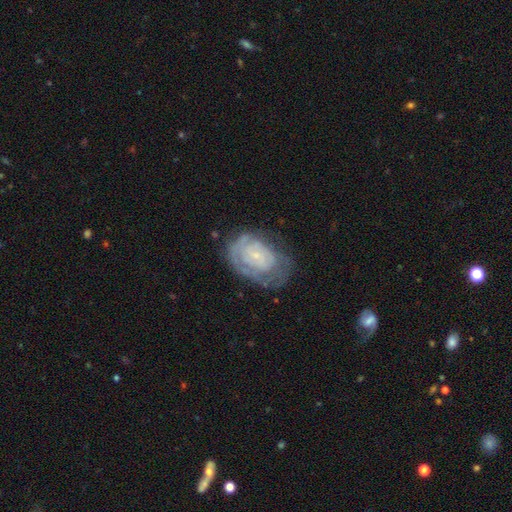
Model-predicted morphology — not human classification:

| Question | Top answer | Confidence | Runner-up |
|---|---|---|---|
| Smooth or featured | featured or disk | 69% | smooth (24%) |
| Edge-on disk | no | 96% | yes (4%) |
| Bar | no | 72% | weak (23%) |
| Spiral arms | yes | 74% | no (26%) |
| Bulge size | small | 75% | moderate (12%) |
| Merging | none | 55% | minor disturbance (26%) |